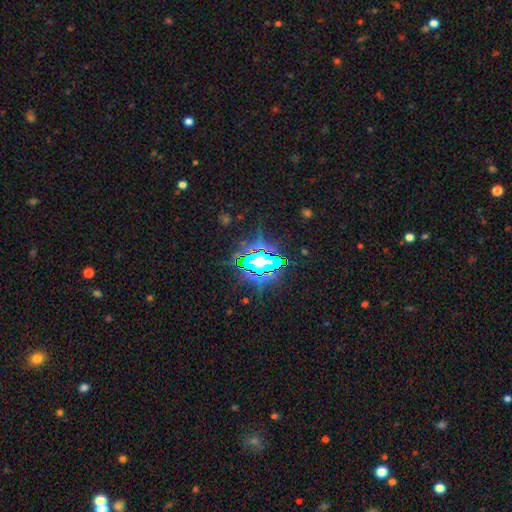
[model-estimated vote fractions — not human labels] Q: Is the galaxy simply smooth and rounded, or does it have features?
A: star or artifact — 84%.